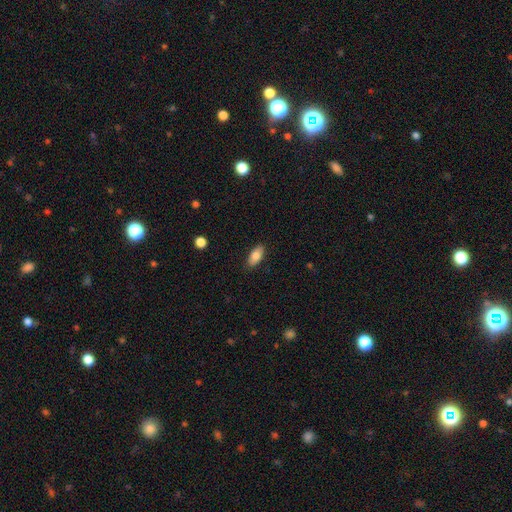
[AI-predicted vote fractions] Smooth or featured: smooth — 79% (featured or disk — 14%)
How rounded: in between — 89% (cigar-shaped — 8%)
Merging: none — 87% (minor disturbance — 10%)